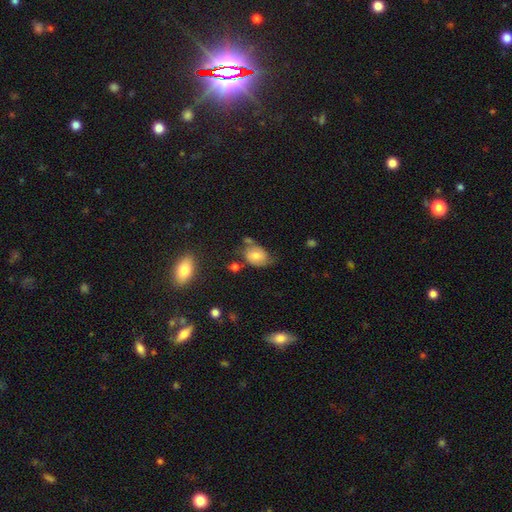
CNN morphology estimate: smooth 59%, featured or disk 31%, star or artifact 10%. Down the decision tree: how rounded — in between (65%); merging — none (46%).